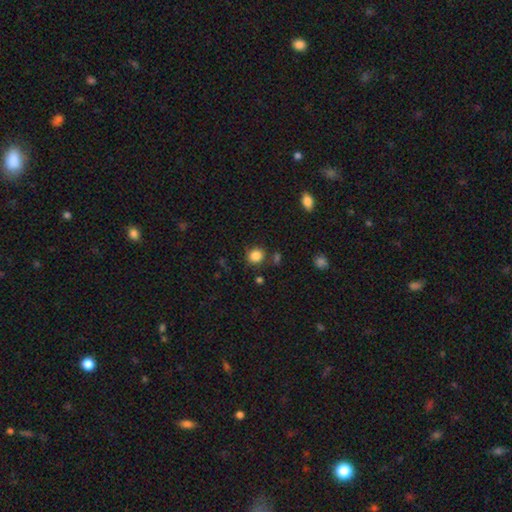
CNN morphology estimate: smooth 85%, star or artifact 11%, featured or disk 4%. Down the decision tree: how rounded — round (85%); merging — none (82%).